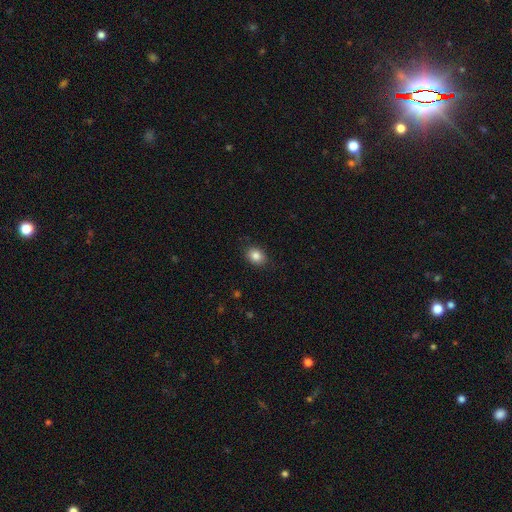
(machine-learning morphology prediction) Overall: smooth (85%). How rounded: in between (58%; round 41%). Merging: none (87%).